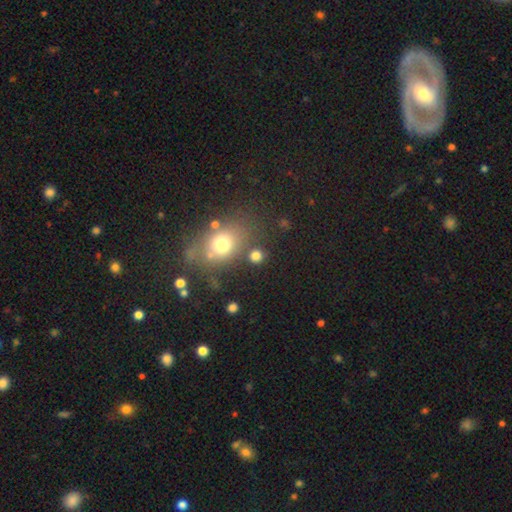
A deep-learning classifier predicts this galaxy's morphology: Overall: smooth (77%). How rounded: round (75%). Merging: none (74%).